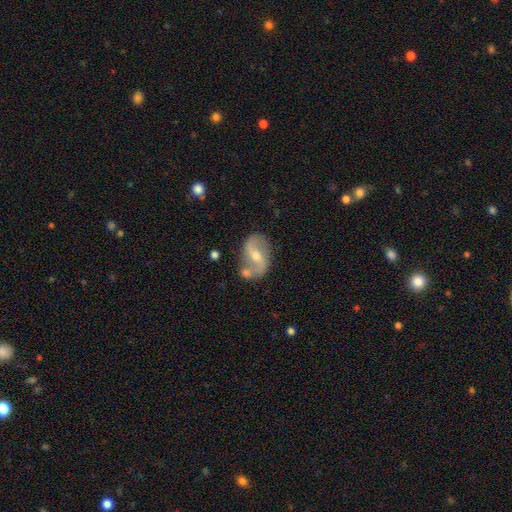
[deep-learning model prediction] Smooth or featured?
  - featured or disk: 80% *
  - smooth: 14%
  - star or artifact: 7%
Edge-on disk?
  - no: 97% *
  - yes: 3%
Bar?
  - weak: 44% *
  - no: 30%
  - strong: 26%
Spiral arms?
  - yes: 91% *
  - no: 9%
Spiral winding?
  - loose: 59% *
  - medium: 32%
  - tight: 9%
Spiral arm count?
  - 2: 91% *
  - can't tell: 3%
  - 1: 2%
  - 3: 1%
  - 4: 1%
  - more than 4: 1%
Bulge size?
  - moderate: 56% *
  - small: 38%
  - large: 3%
  - none: 2%
  - dominant: 1%
Merging?
  - none: 67% *
  - minor disturbance: 15%
  - merger: 13%
  - major disturbance: 5%